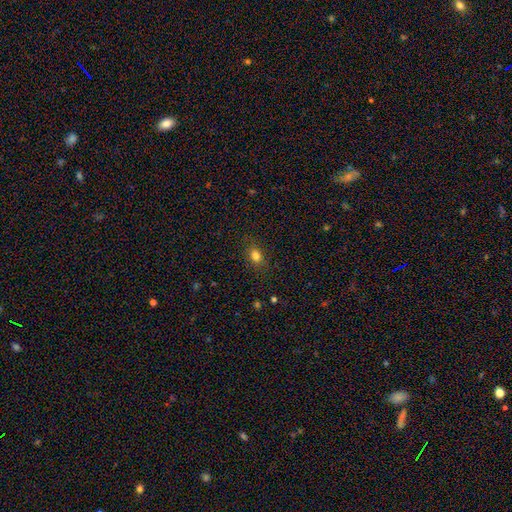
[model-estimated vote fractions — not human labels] smooth 81%, star or artifact 12%, featured or disk 7%. Down the decision tree: how rounded — in between (64%); merging — none (84%).